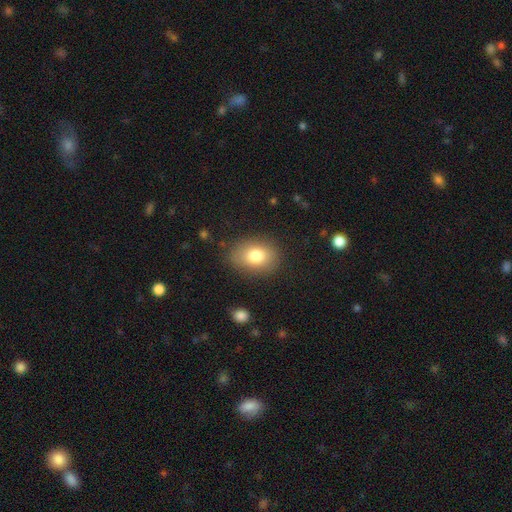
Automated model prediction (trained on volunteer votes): Q: Smooth or featured?
A: smooth (80%); runner-up: featured or disk (11%)
Q: How rounded?
A: in between (71%); runner-up: round (28%)
Q: Merging?
A: none (83%); runner-up: minor disturbance (11%)